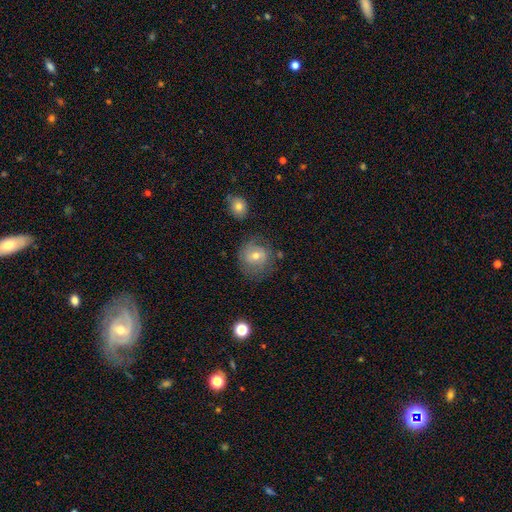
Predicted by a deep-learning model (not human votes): A smooth galaxy with no disk features (57%) that is round (81%). Merging: none (65%).